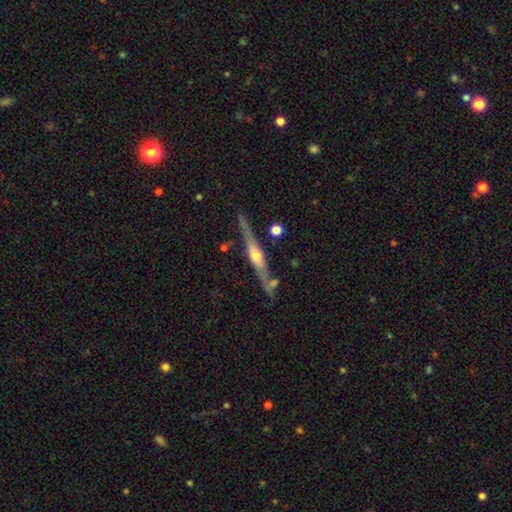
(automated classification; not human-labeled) Smooth or featured? featured or disk (76%)
Edge-on disk? yes (96%)
Edge-on bulge? rounded (89%)
Merging? none (76%)